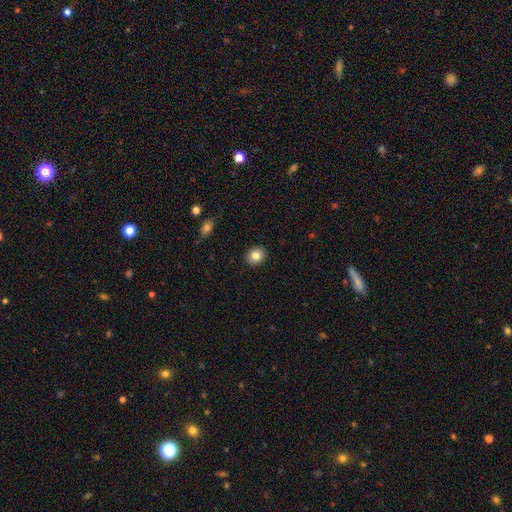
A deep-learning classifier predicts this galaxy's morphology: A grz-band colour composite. It shows a smooth galaxy with no disk features (84%) that is round (74%). Merging: none (91%).